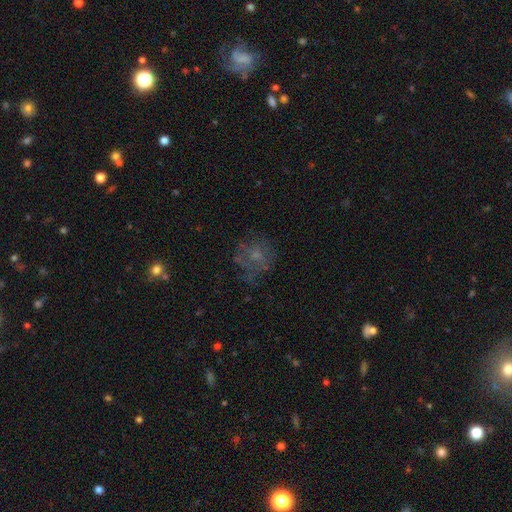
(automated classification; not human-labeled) Morphology: type=smooth (44%); merging=none (55%).